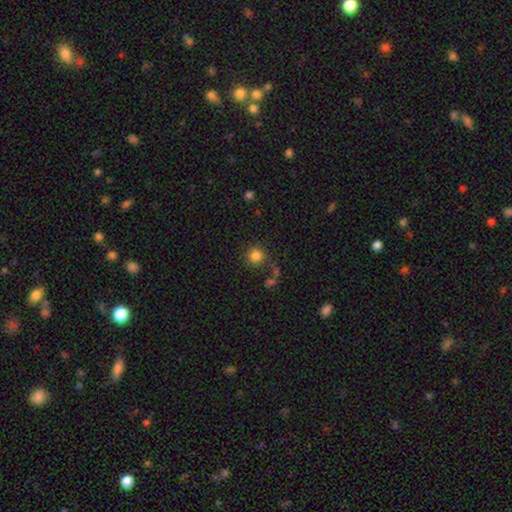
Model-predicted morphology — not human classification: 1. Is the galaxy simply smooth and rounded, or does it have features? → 83% smooth, 11% star or artifact, 6% featured or disk.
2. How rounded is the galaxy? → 93% round, 6% in between, 1% cigar-shaped.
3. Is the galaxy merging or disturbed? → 74% none, 10% merger, 9% minor disturbance, 7% major disturbance.